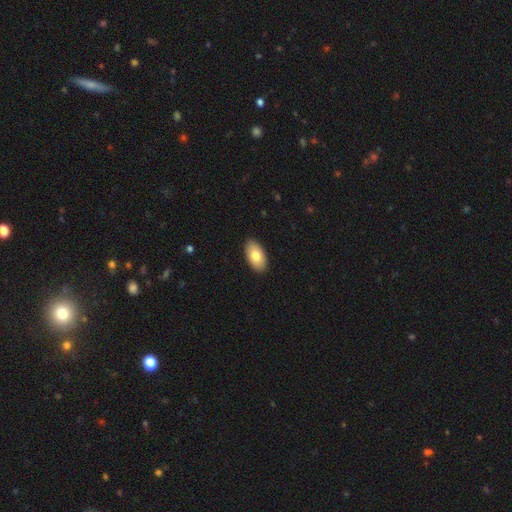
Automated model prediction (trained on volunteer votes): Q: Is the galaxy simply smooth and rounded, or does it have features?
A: smooth — 80%.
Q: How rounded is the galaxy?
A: in between — 95%.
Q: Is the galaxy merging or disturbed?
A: none — 90%.